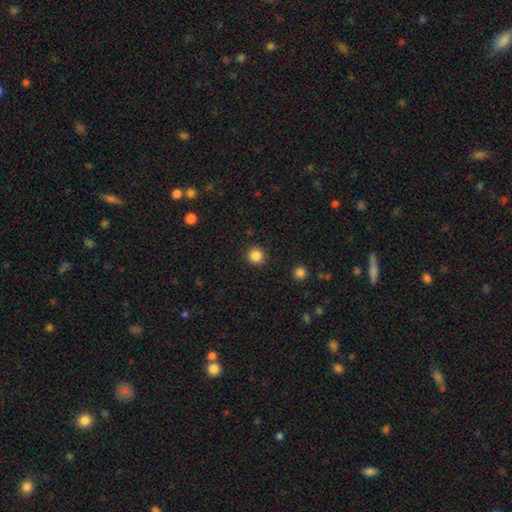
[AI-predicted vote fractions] A smooth galaxy with no disk features (85%) that is round (94%).

Vote fractions:
- Smooth or featured? smooth: 85% / star or artifact: 11% / featured or disk: 4%
- How rounded? round: 94% / in between: 5% / cigar-shaped: 1%
- Merging? none: 92% / minor disturbance: 5% / major disturbance: 2% / merger: 1%